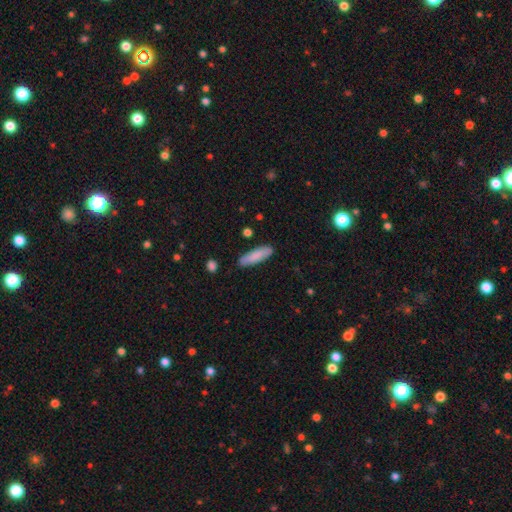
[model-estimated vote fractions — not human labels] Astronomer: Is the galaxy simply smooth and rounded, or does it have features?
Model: smooth — 83%.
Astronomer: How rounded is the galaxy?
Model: cigar-shaped — 65%.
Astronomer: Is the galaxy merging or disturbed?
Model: none — 84%.